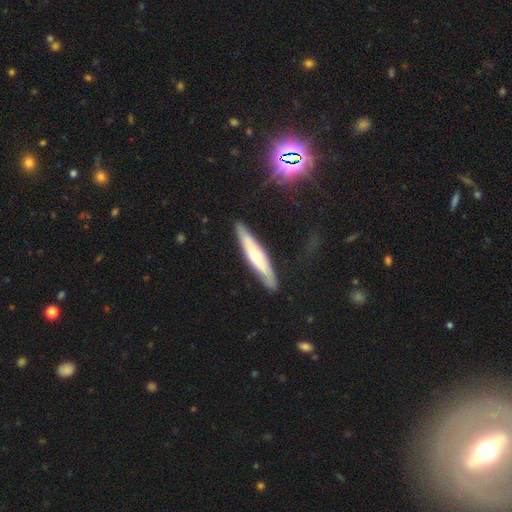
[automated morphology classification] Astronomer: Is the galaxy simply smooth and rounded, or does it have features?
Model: featured or disk — 50% (runner-up: smooth, 44%).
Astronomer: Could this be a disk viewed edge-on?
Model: yes — 79%.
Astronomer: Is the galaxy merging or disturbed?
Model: none — 85%.